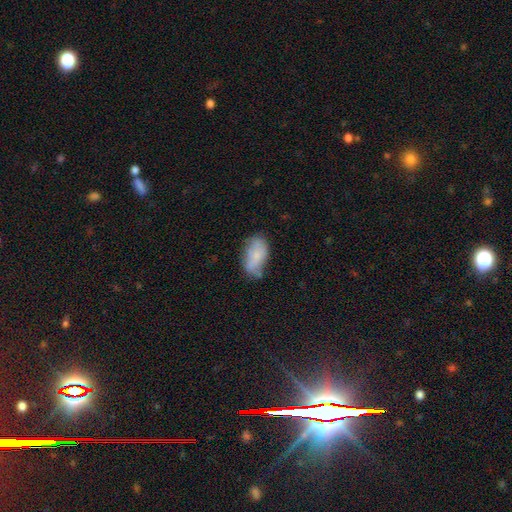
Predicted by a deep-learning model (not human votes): The model was most divided on "merging": none: 46%, minor disturbance: 36%, major disturbance: 12%, merger: 6%. More confident: how rounded — in between (93%); smooth or featured — smooth (69%).